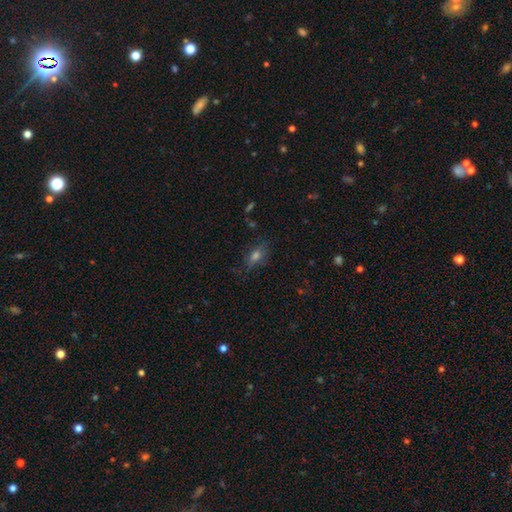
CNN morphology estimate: A smooth galaxy with no disk features (55%) that is in between round and cigar-shaped (69%). Merging: none (69%).